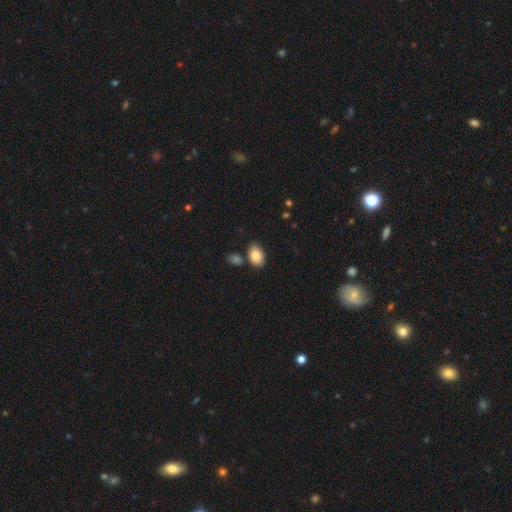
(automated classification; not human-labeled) Morphology: type=smooth (86%); roundness=in between (90%); merging=none (76%).